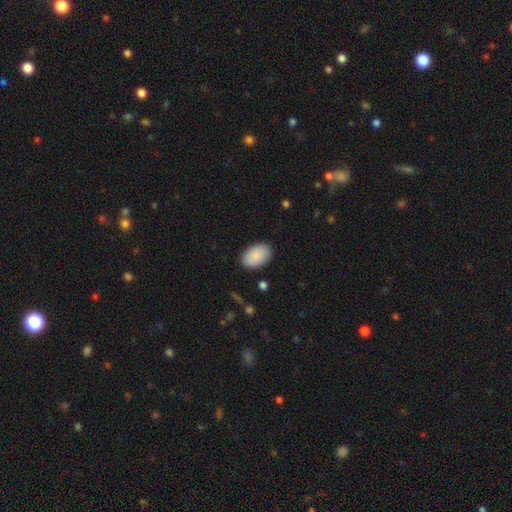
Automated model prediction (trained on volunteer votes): smooth_or_featured: smooth (p=0.90) [alt: star or artifact p=0.06]
how_rounded: in between (p=0.92) [alt: round p=0.07]
merging: none (p=0.88) [alt: minor disturbance p=0.08]